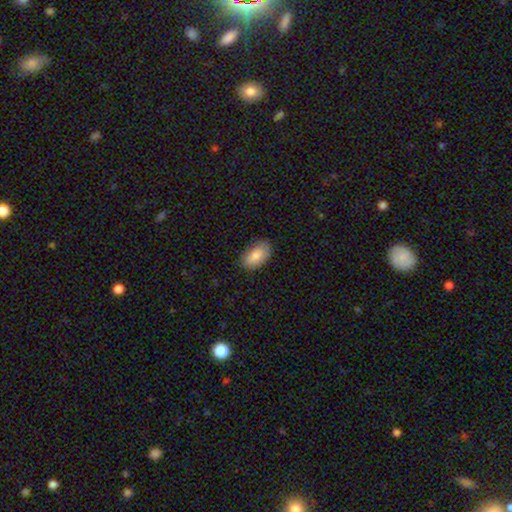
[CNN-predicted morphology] Q: Smooth or featured?
A: smooth (82%); runner-up: featured or disk (12%)
Q: How rounded?
A: in between (94%); runner-up: round (4%)
Q: Merging?
A: none (82%); runner-up: minor disturbance (14%)